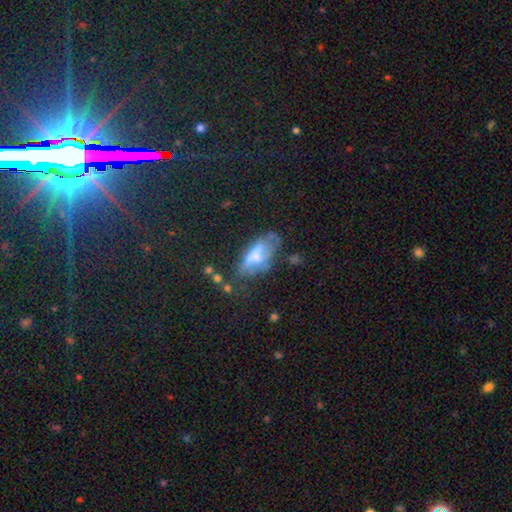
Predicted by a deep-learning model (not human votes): A smooth galaxy with no disk features (45%).

Vote fractions:
- Smooth or featured? smooth: 45% / featured or disk: 42% / star or artifact: 13%
- Merging? none: 34% / major disturbance: 31% / minor disturbance: 26% / merger: 9%